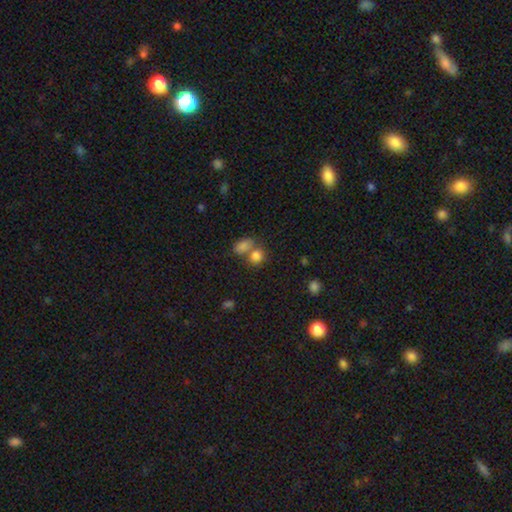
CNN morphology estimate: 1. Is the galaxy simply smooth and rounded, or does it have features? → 81% smooth, 12% star or artifact, 8% featured or disk.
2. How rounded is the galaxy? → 61% round, 37% in between, 2% cigar-shaped.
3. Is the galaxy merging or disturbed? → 44% none, 42% merger, 10% minor disturbance, 5% major disturbance.